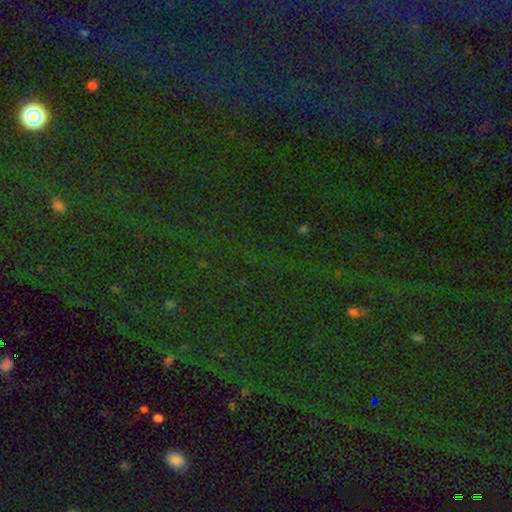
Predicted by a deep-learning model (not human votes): Smooth or featured?
  - star or artifact: 82% *
  - smooth: 10%
  - featured or disk: 8%